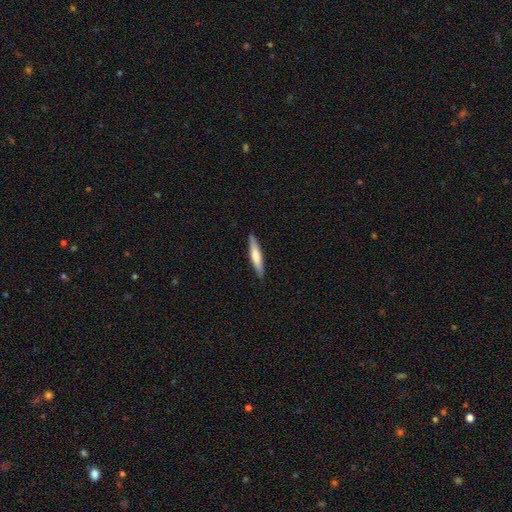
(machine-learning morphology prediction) type=smooth (62%); roundness=cigar-shaped (89%); merging=none (89%).